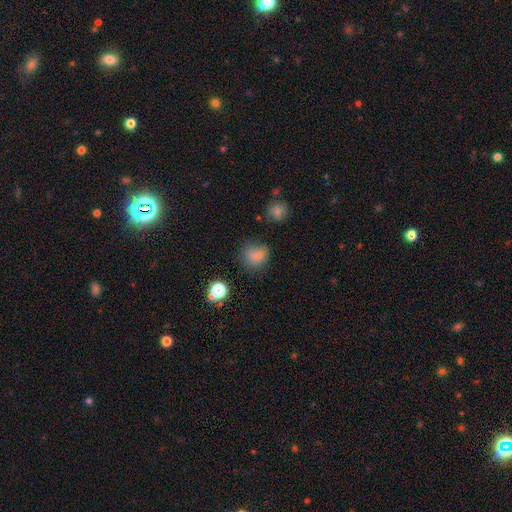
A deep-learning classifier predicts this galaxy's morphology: smooth 76%, star or artifact 16%, featured or disk 7%. Down the decision tree: how rounded — round (75%); merging — none (67%).